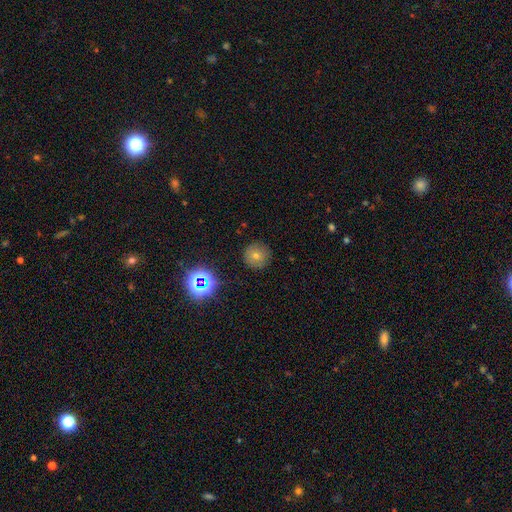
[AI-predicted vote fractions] Smooth or featured: smooth — 61% (star or artifact — 23%)
How rounded: round — 95% (in between — 4%)
Merging: none — 89% (minor disturbance — 7%)